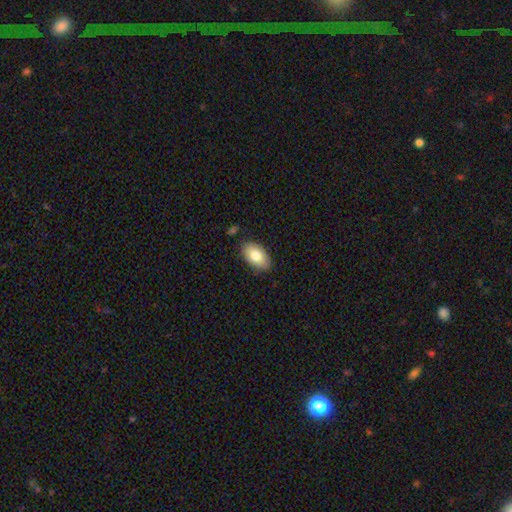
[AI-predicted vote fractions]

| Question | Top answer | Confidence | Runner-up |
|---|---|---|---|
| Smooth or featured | smooth | 80% | featured or disk (13%) |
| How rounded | in between | 93% | round (6%) |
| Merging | none | 84% | minor disturbance (12%) |